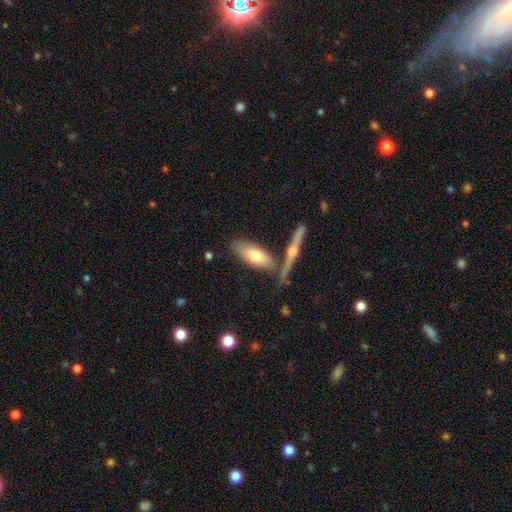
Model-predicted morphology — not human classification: A smooth galaxy with no disk features (65%) that is in between round and cigar-shaped (71%).

Vote fractions:
- Smooth or featured? smooth: 65% / featured or disk: 29% / star or artifact: 6%
- How rounded? in between: 71% / cigar-shaped: 26% / round: 3%
- Merging? none: 62% / merger: 20% / minor disturbance: 14% / major disturbance: 4%